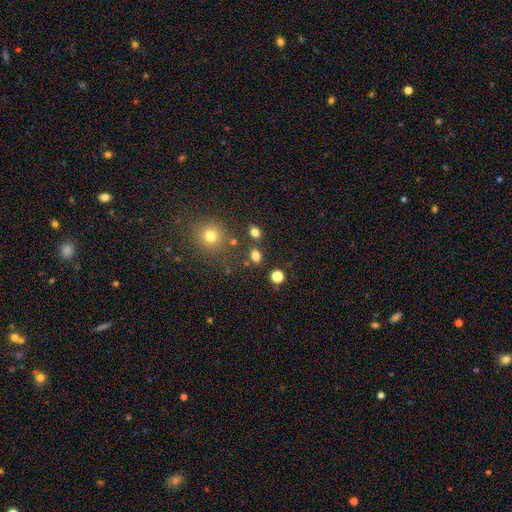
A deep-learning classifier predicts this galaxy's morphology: This is likely a smooth galaxy (79%). How rounded: likely in between (62%). Merging: likely none (77%).